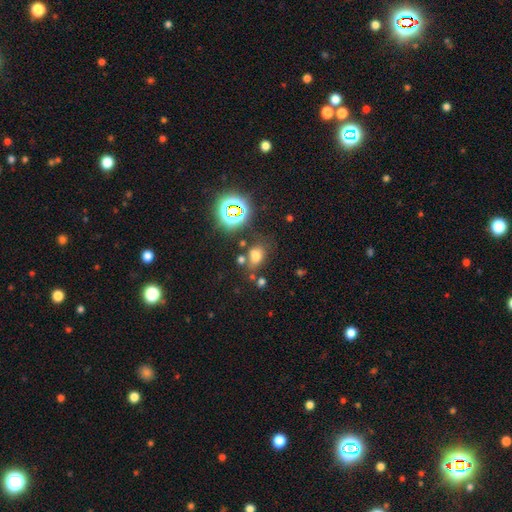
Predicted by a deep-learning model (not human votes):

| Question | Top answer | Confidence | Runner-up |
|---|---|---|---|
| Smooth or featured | smooth | 63% | star or artifact (28%) |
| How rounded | in between | 67% | round (31%) |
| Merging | none | 62% | minor disturbance (18%) |